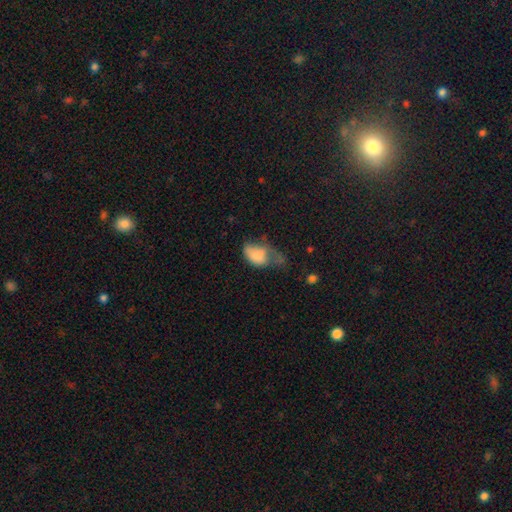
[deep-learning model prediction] Smooth or featured? smooth (74%)
How rounded? in between (87%)
Merging? major disturbance (46%)